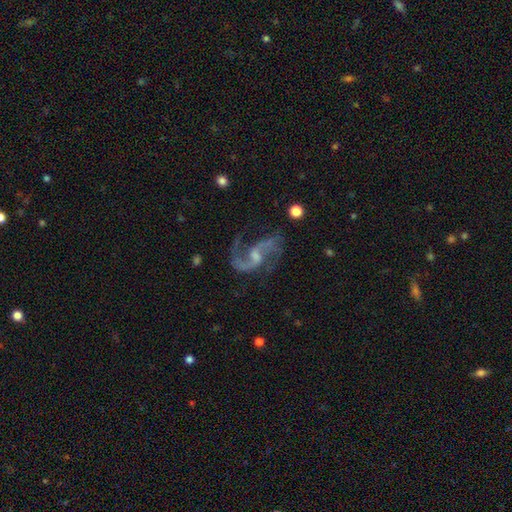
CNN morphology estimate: The model was most divided on "bar": weak: 50%, no: 35%, strong: 15%. Remaining: edge-on disk — no (98%); spiral arms — yes (96%); spiral arm count — 2 (90%); smooth or featured — featured or disk (90%); merging — none (64%); spiral winding — loose (60%); bulge size — small (49%).